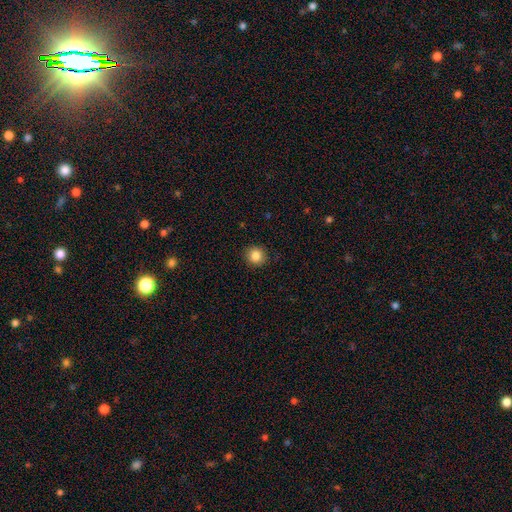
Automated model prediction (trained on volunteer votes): The model was most divided on "smooth or featured": smooth: 85%, star or artifact: 10%, featured or disk: 5%. More confident: how rounded — round (91%); merging — none (91%).